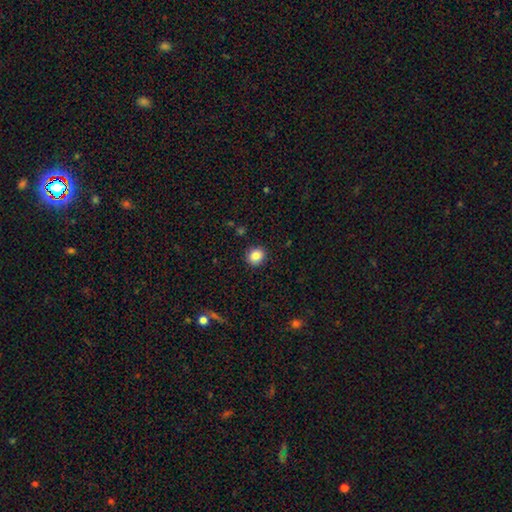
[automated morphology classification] type=smooth (85%); roundness=round (88%); merging=none (91%).